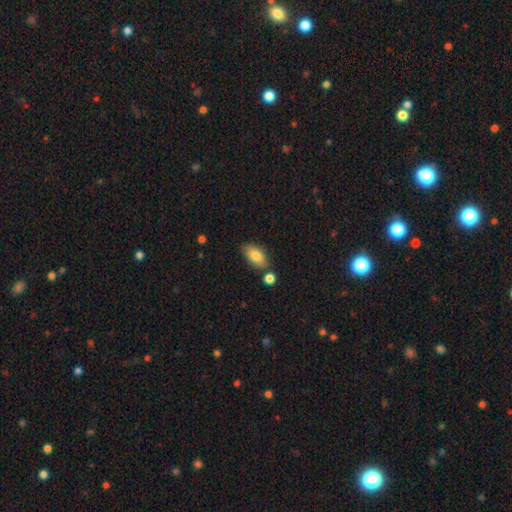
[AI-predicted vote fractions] Q: Smooth or featured?
A: smooth (81%); runner-up: featured or disk (12%)
Q: How rounded?
A: in between (90%); runner-up: cigar-shaped (6%)
Q: Merging?
A: none (75%); runner-up: minor disturbance (13%)